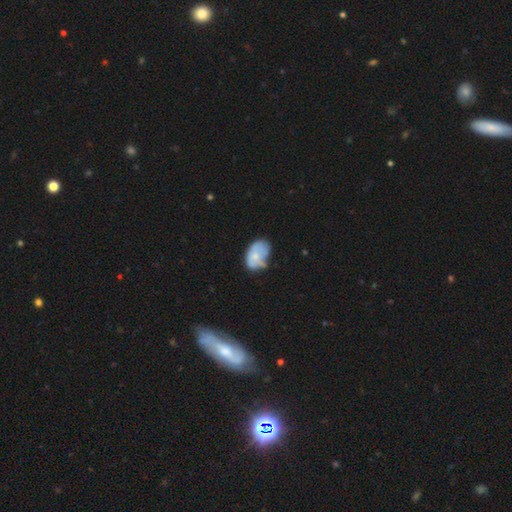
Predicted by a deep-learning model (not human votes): Smooth or featured: smooth — 61% (featured or disk — 32%)
How rounded: in between — 86% (round — 13%)
Merging: none — 39% (tied with minor disturbance — 39%)